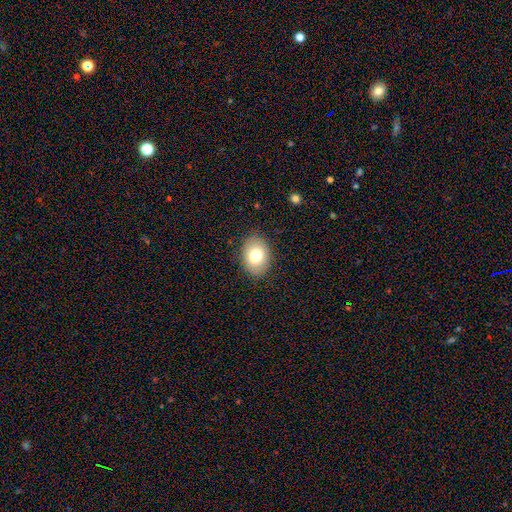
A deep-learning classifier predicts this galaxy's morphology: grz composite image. It shows a smooth galaxy with no disk features (77%) that is in between round and cigar-shaped (77%). Merging: none (85%).